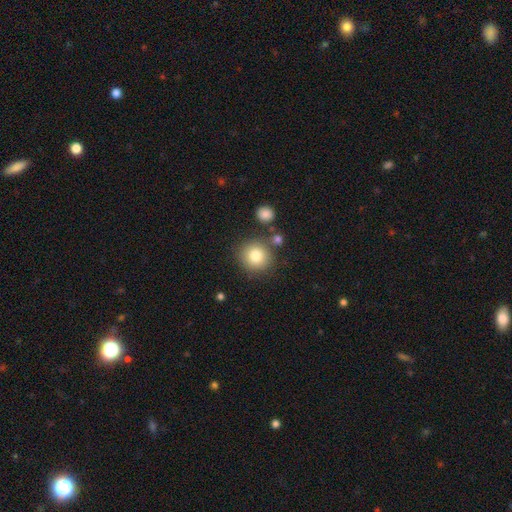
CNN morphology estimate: A smooth galaxy with no disk features (81%) that is round (91%).

Vote fractions:
- Smooth or featured? smooth: 81% / star or artifact: 10% / featured or disk: 9%
- How rounded? round: 91% / in between: 8% / cigar-shaped: 1%
- Merging? none: 79% / minor disturbance: 9% / merger: 8% / major disturbance: 3%